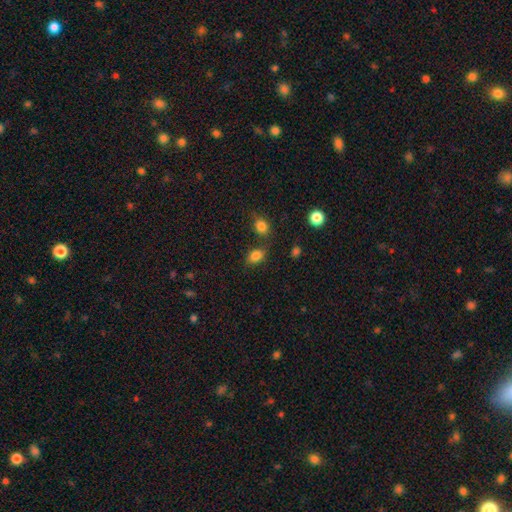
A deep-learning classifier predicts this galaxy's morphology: Overall: smooth (83%). How rounded: in between (76%). Merging: none (69%).